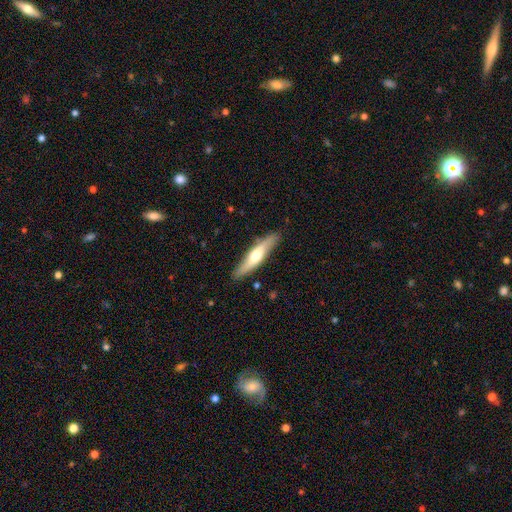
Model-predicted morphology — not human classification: The model was most divided on "smooth or featured": smooth: 48%, featured or disk: 47%, star or artifact: 5%. More confident: merging — none (87%).